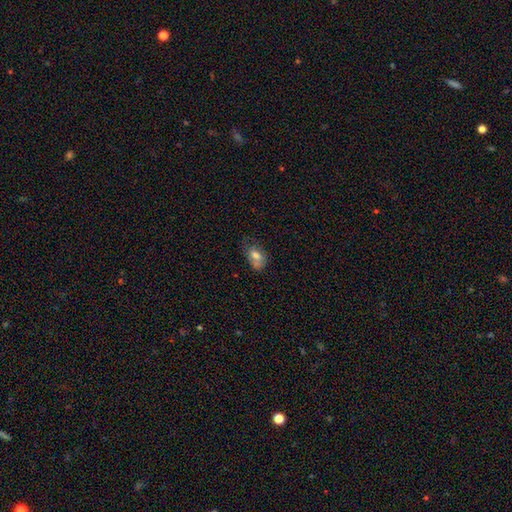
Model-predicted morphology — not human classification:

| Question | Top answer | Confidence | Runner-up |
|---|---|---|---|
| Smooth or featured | smooth | 71% | featured or disk (20%) |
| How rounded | in between | 87% | round (11%) |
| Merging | none | 43% | minor disturbance (33%) |